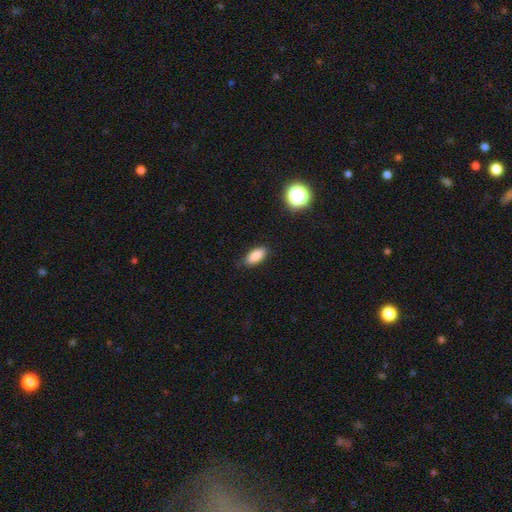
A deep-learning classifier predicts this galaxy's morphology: Smooth or featured: smooth — 85% (star or artifact — 8%)
How rounded: in between — 86% (cigar-shaped — 11%)
Merging: none — 83% (minor disturbance — 13%)